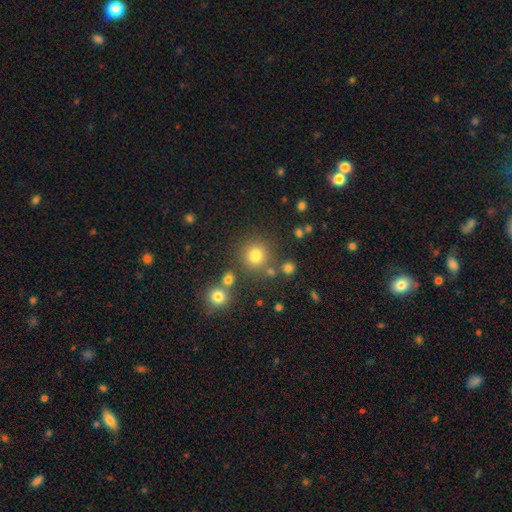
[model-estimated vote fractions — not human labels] Q: Smooth or featured?
A: smooth (78%); runner-up: star or artifact (16%)
Q: How rounded?
A: round (93%); runner-up: in between (6%)
Q: Merging?
A: none (79%); runner-up: merger (9%)